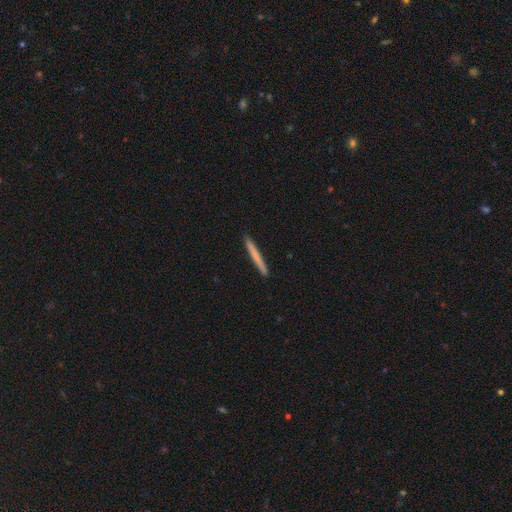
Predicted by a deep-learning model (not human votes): Q: Smooth or featured?
A: smooth (69%); runner-up: featured or disk (26%)
Q: How rounded?
A: cigar-shaped (97%); runner-up: in between (2%)
Q: Merging?
A: none (93%); runner-up: minor disturbance (5%)